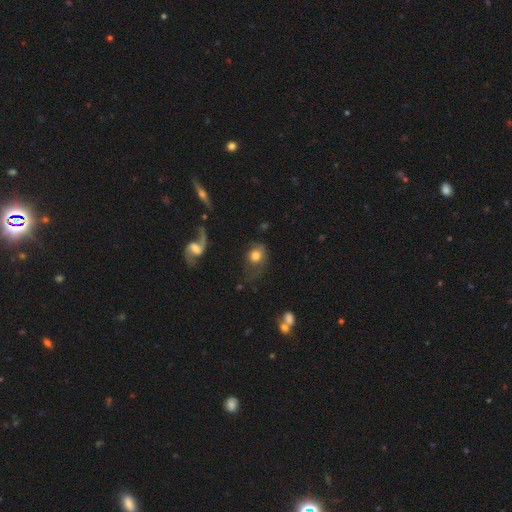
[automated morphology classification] This appears to be a smooth galaxy with no disk features (68%) that is round (53%). Merging: none (48%).